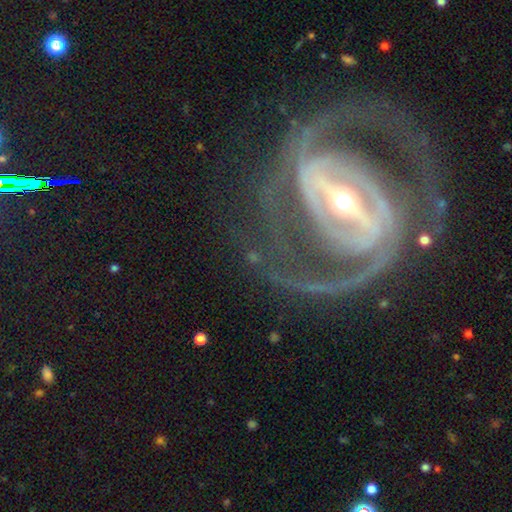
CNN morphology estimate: featured or disk 88%, star or artifact 6%, smooth 6%. Down the decision tree: edge-on disk — no (94%); bar — strong (71%); spiral arms — yes (90%); spiral arm count — 2 (65%); spiral winding — medium (41%); bulge size — moderate (53%); merging — none (61%).